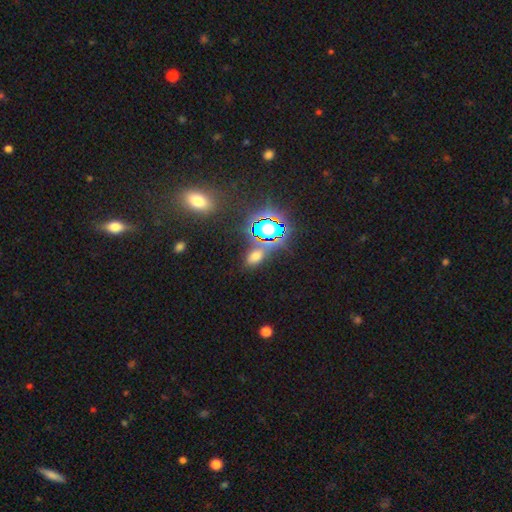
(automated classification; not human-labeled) This appears to be a smooth galaxy with no disk features (51%) that is in between round and cigar-shaped (82%). Merging: none (74%).